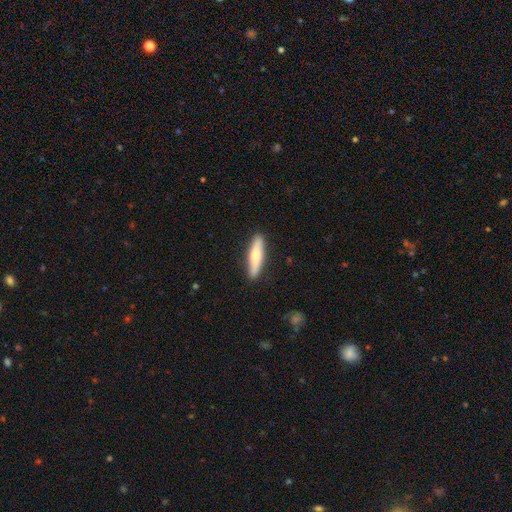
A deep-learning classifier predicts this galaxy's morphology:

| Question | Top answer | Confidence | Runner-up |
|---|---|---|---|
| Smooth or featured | smooth | 64% | featured or disk (31%) |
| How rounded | cigar-shaped | 79% | in between (20%) |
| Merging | none | 89% | minor disturbance (9%) |